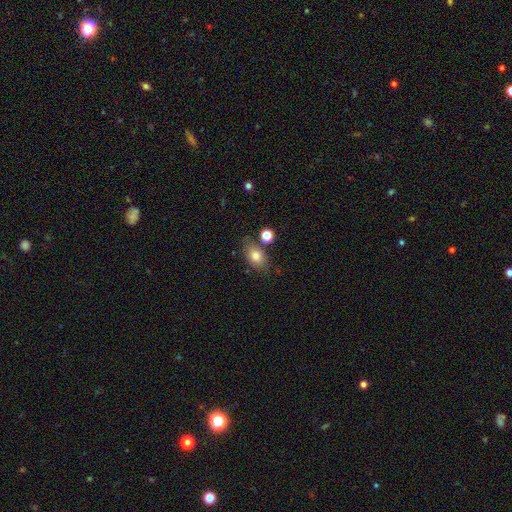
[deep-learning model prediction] A smooth galaxy with no disk features (79%) that is in between round and cigar-shaped (79%).

Vote fractions:
- Smooth or featured? smooth: 79% / featured or disk: 11% / star or artifact: 10%
- How rounded? in between: 79% / round: 18% / cigar-shaped: 2%
- Merging? none: 71% / minor disturbance: 16% / merger: 9% / major disturbance: 4%